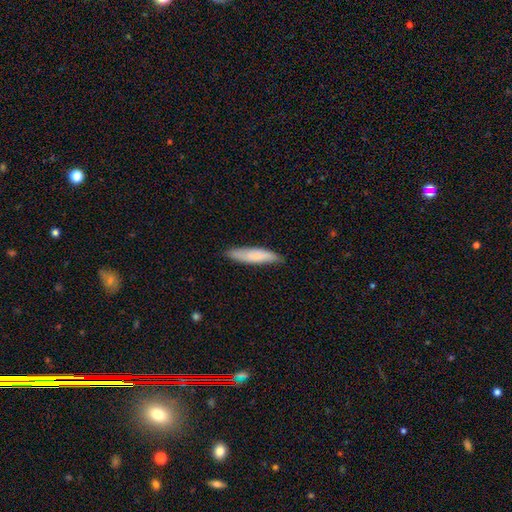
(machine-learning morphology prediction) The model was most divided on "how rounded": cigar-shaped: 78%, in between: 20%, round: 1%. More confident: merging — none (83%); smooth or featured — smooth (77%).